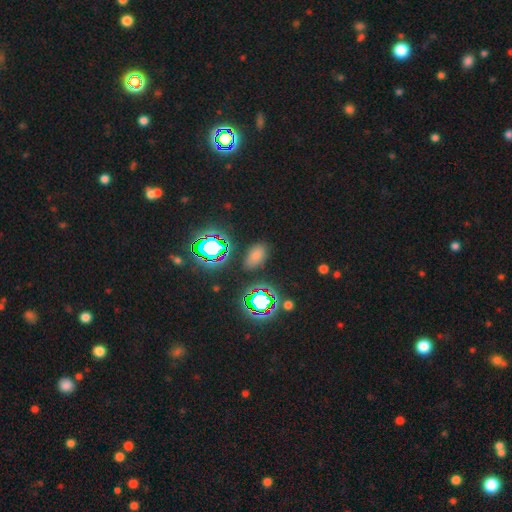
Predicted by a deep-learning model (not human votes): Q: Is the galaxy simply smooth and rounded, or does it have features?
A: smooth — 61%.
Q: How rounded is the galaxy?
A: in between — 88%.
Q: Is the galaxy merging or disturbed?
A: none — 82%.